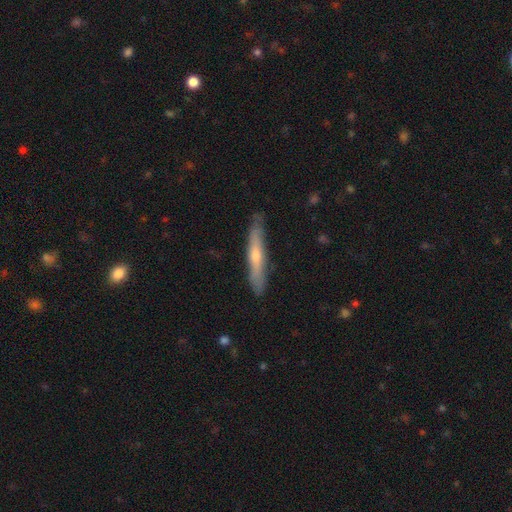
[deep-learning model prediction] Q: Smooth or featured?
A: featured or disk (49%); runner-up: smooth (46%)
Q: Merging?
A: none (84%); runner-up: minor disturbance (13%)